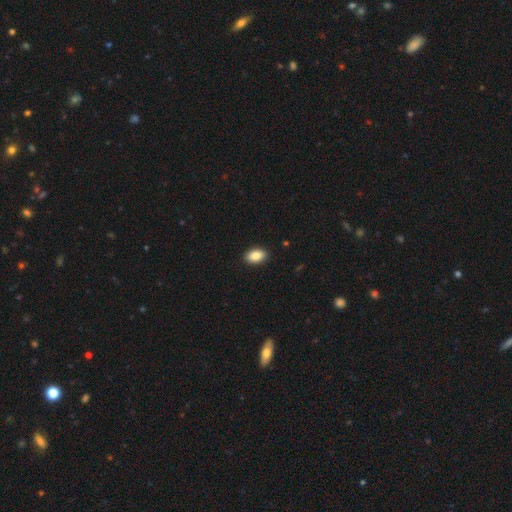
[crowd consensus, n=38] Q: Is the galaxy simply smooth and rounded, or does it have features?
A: smooth — 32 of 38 (84%).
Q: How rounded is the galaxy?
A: in between — 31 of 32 (97%).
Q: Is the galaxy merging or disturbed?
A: none — 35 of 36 (97%).